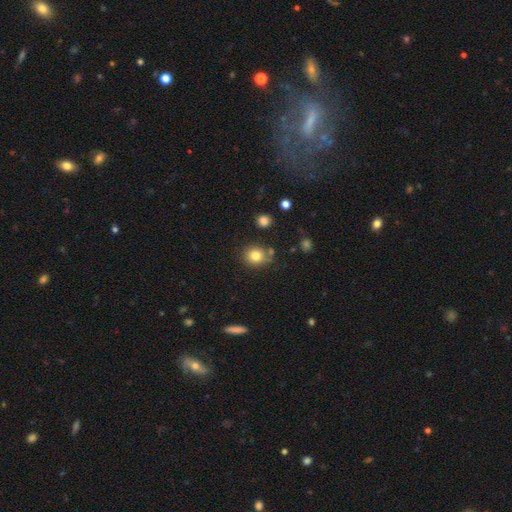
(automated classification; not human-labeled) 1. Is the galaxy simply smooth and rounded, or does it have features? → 81% smooth, 11% star or artifact, 8% featured or disk.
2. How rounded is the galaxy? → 77% round, 22% in between, 1% cigar-shaped.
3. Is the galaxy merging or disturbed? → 76% none, 14% minor disturbance, 7% merger, 4% major disturbance.